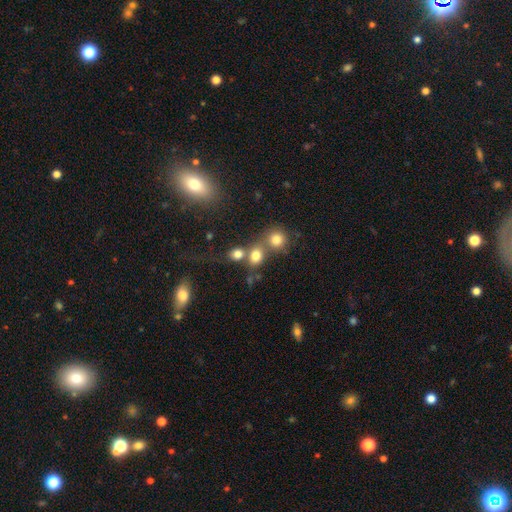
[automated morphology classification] This appears to be a smooth galaxy with no disk features (77%) that is round (65%). Merging: none (45%).